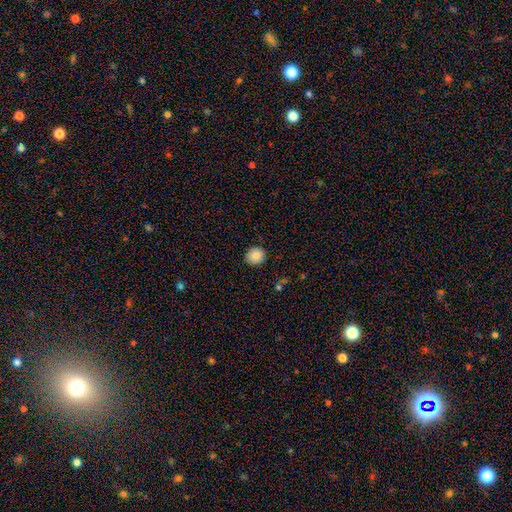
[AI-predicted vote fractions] Overall: smooth (85%). How rounded: round (82%). Merging: none (89%).